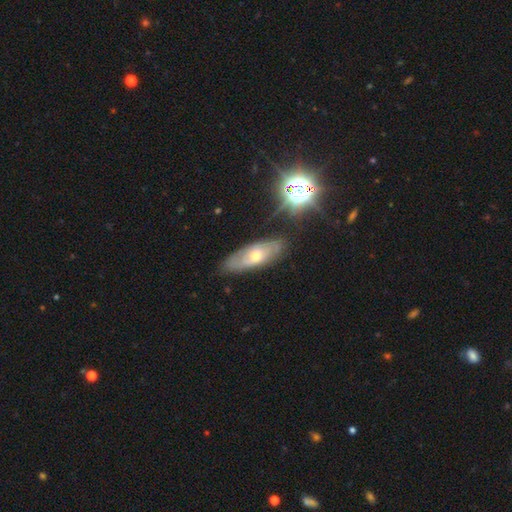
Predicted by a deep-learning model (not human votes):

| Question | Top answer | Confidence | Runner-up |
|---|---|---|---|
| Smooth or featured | featured or disk | 54% | smooth (32%) |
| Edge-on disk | no | 73% | yes (27%) |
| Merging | none | 78% | minor disturbance (16%) |